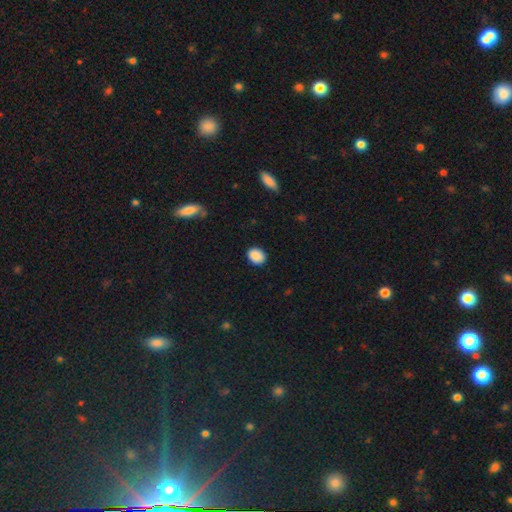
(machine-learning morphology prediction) Smooth or featured: smooth — 89% (star or artifact — 8%)
How rounded: in between — 55% (round — 44%)
Merging: none — 87% (minor disturbance — 9%)